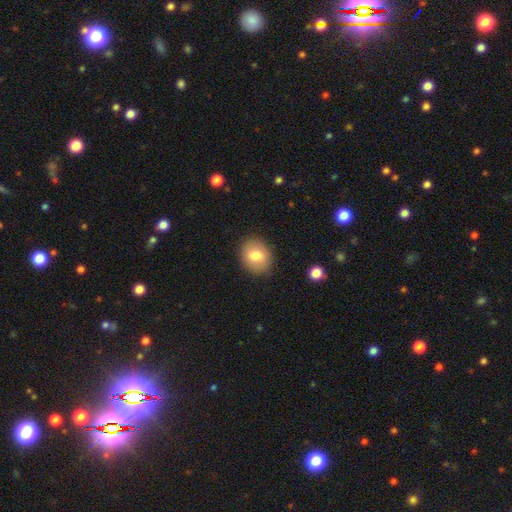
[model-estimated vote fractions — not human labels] Morphology: type=smooth (78%); roundness=in between (50%); merging=none (87%).